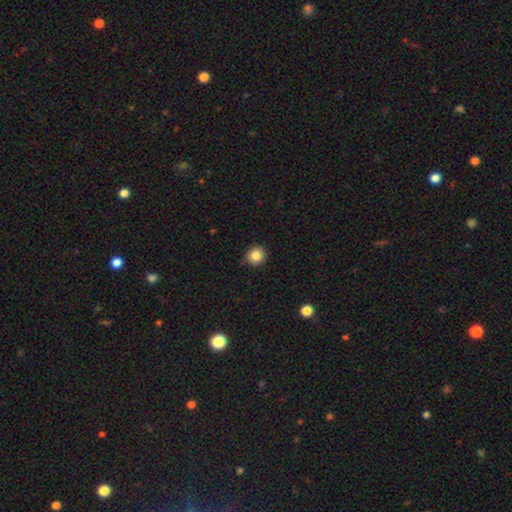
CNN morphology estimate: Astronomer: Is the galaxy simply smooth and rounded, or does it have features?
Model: smooth — 84%.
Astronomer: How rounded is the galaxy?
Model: round — 91%.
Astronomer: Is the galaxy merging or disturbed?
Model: none — 83%.